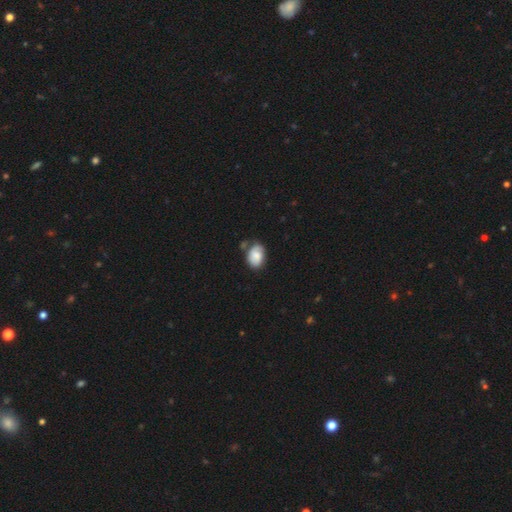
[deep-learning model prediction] smooth-or-featured: smooth: 75% | featured or disk: 18% | star or artifact: 7%
  how-rounded: in between: 80% | round: 19% | cigar-shaped: 1%
  merging: none: 56% | minor disturbance: 28% | merger: 9% | major disturbance: 7%